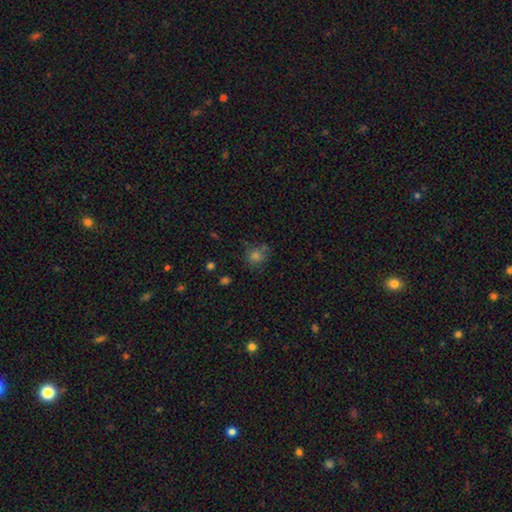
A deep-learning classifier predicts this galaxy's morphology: This is likely a smooth galaxy (74%). How rounded: clearly round (84%). Merging: likely none (72%).